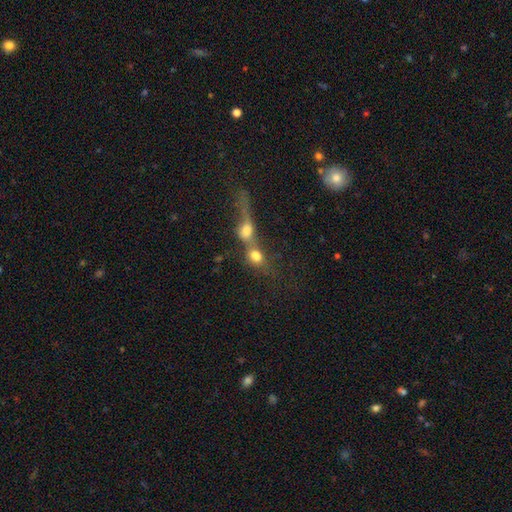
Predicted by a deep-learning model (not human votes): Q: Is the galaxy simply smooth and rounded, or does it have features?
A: smooth — 69%.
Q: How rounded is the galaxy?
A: round — 52%.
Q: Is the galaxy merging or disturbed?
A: merger — 73%.